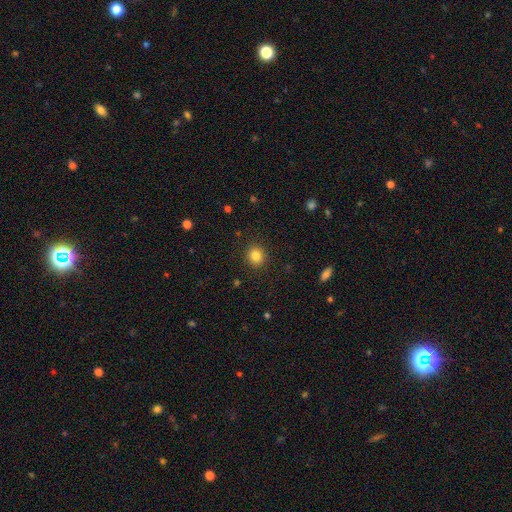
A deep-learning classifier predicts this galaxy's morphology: smooth 83%, star or artifact 11%, featured or disk 6%. Down the decision tree: how rounded — round (85%); merging — none (91%).